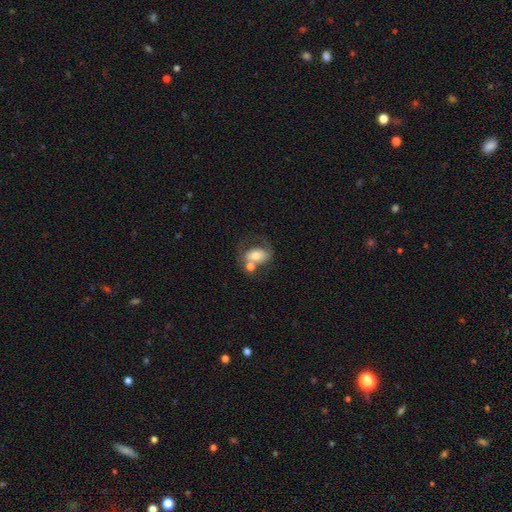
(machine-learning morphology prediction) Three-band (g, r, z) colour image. It shows a smooth galaxy with no disk features (49%). Merging: merger (38%).